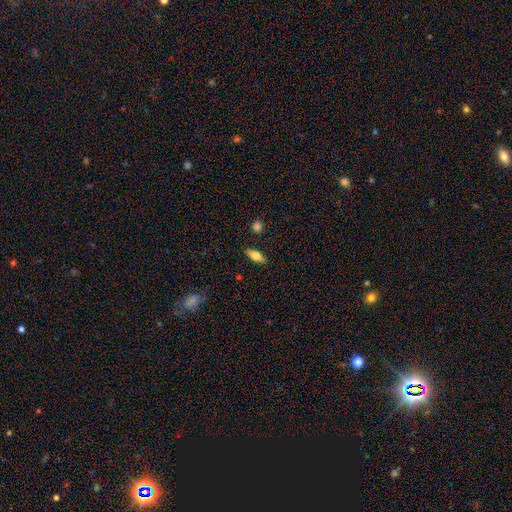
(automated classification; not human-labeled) A smooth galaxy with no disk features (61%) that is in between round and cigar-shaped (73%). Merging: none (87%).